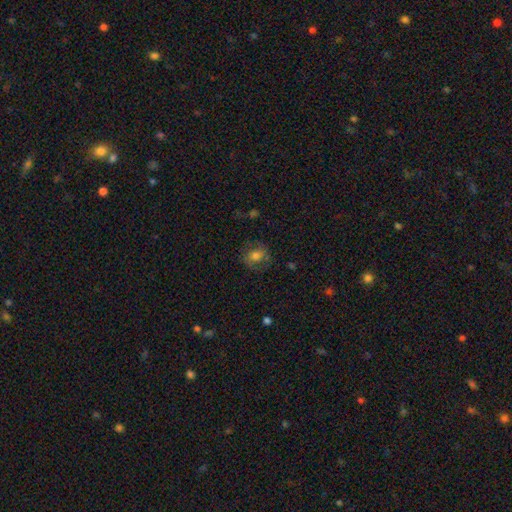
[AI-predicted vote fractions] smooth-or-featured: smooth: 68% | featured or disk: 21% | star or artifact: 11%
  how-rounded: round: 64% | in between: 34% | cigar-shaped: 1%
  merging: none: 73% | minor disturbance: 17% | major disturbance: 9% | merger: 1%